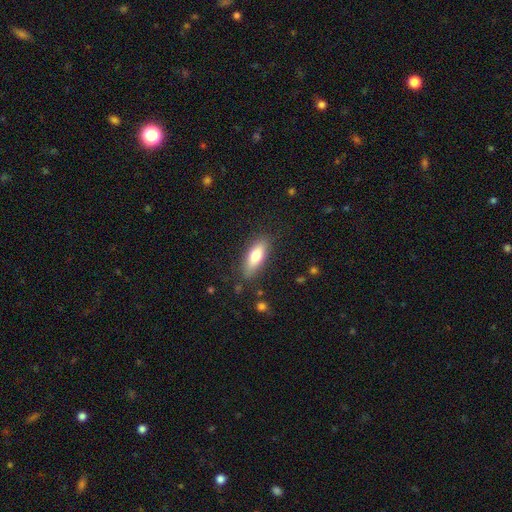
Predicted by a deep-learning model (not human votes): A smooth galaxy with no disk features (73%) that is in between round and cigar-shaped (63%). Merging: none (82%).